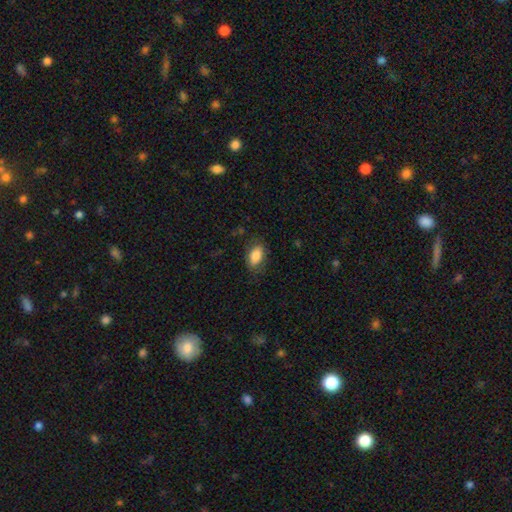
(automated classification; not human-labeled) smooth 83%, featured or disk 10%, star or artifact 7%. Down the decision tree: how rounded — in between (91%); merging — none (76%).